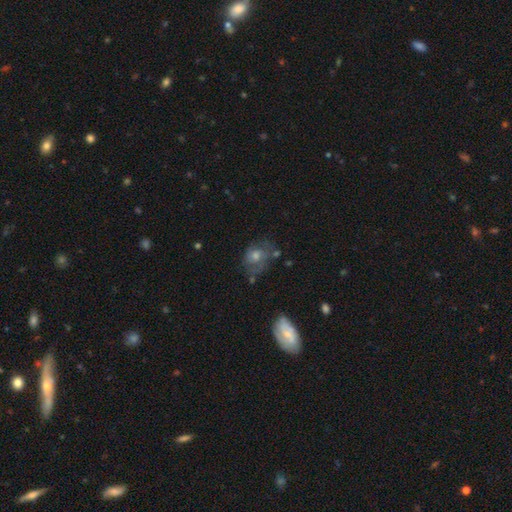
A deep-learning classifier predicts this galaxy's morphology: featured or disk 47%, smooth 39%, star or artifact 14%. Down the decision tree: merging — none (52%).